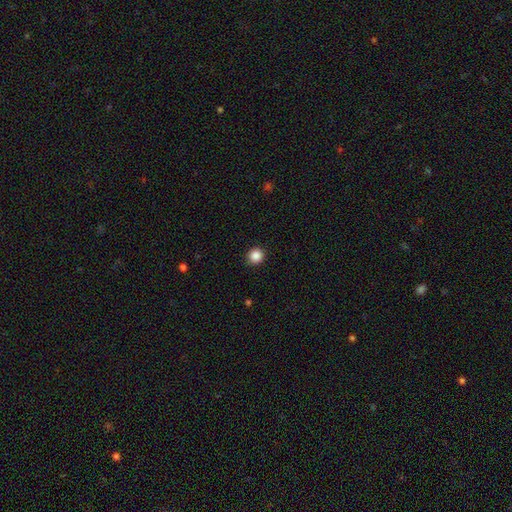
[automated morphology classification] Overall: smooth (87%). How rounded: round (92%). Merging: none (90%).